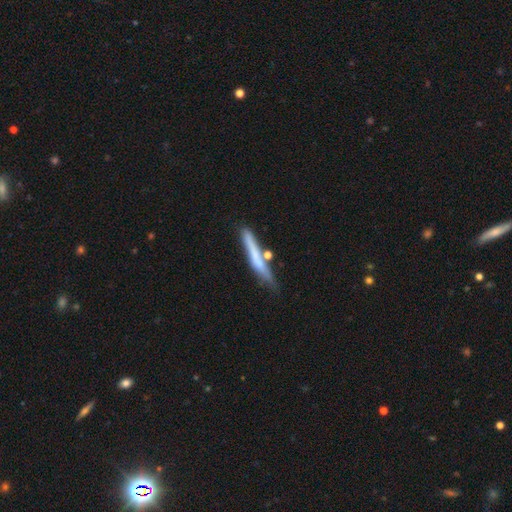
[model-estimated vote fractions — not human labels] Smooth or featured?
  - smooth: 55% *
  - featured or disk: 38%
  - star or artifact: 7%
How rounded?
  - cigar-shaped: 94% *
  - in between: 4%
  - round: 2%
Merging?
  - none: 59% *
  - minor disturbance: 21%
  - merger: 14%
  - major disturbance: 6%